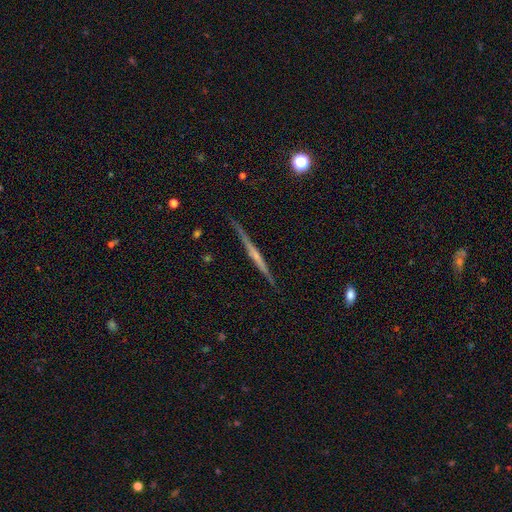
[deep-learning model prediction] smooth_or_featured: featured or disk (p=0.73) [alt: smooth p=0.20]
disk_edge_on: yes (p=0.98) [alt: no p=0.02]
edge_on_bulge: none (p=0.57) [alt: rounded p=0.33]
merging: none (p=0.89) [alt: minor disturbance p=0.08]